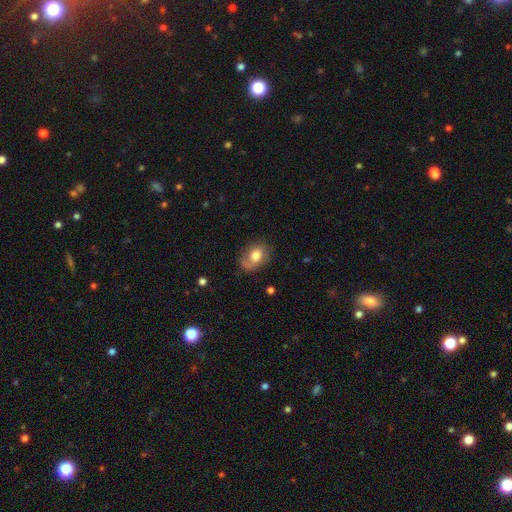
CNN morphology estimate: type=smooth (67%); roundness=in between (72%); merging=none (58%).